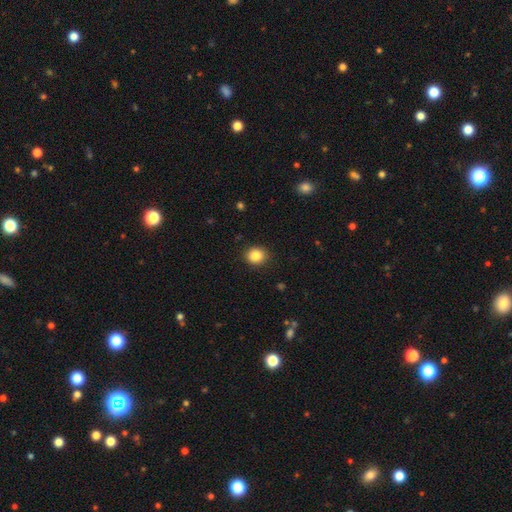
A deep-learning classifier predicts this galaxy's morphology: type=smooth (86%); roundness=round (76%); merging=none (89%).